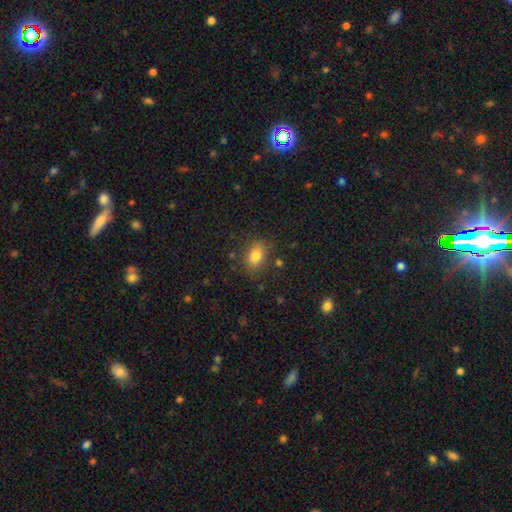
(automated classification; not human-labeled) Smooth or featured? smooth (81%)
How rounded? in between (76%)
Merging? none (80%)